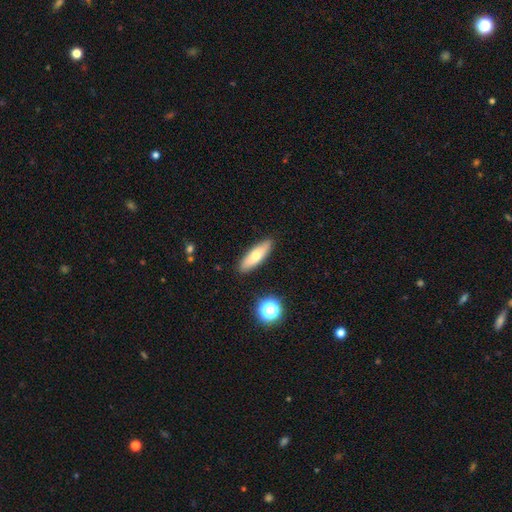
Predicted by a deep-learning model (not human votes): The model was most divided on "how rounded": cigar-shaped: 55%, in between: 43%, round: 3%. More confident: merging — none (88%); smooth or featured — smooth (67%).